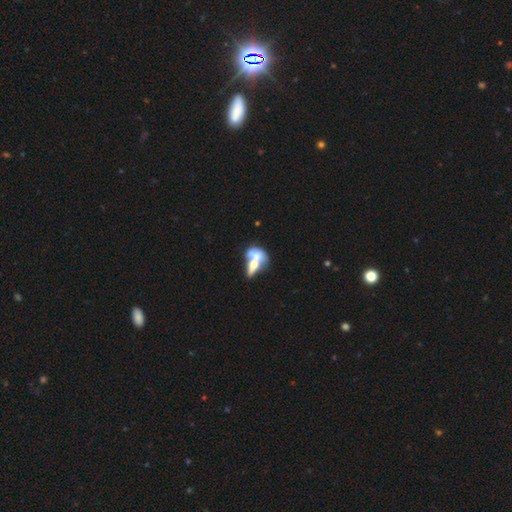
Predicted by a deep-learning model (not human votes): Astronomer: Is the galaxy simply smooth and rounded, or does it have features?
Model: smooth — 50% (runner-up: featured or disk, 42%).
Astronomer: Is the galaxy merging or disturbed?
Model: merger — 69%.